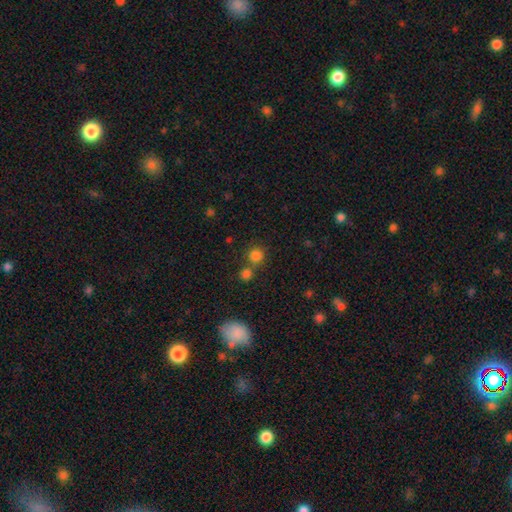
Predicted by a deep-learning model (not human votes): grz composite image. It shows a smooth galaxy with no disk features (80%) that is round (91%). Merging: none (65%).